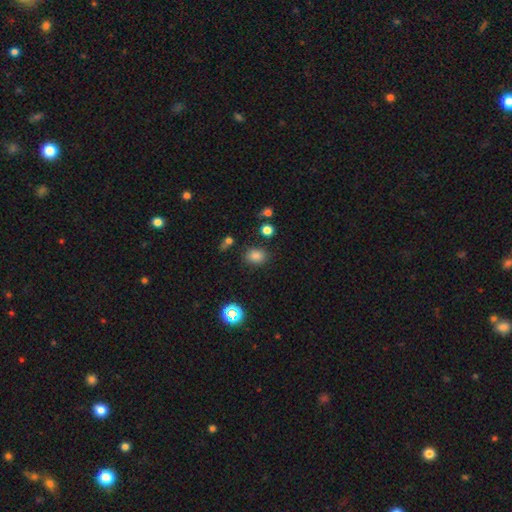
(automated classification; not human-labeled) Smooth or featured? Predicted: smooth (p=0.79). How rounded? Predicted: in between (p=0.57). Merging? Predicted: none (p=0.82).